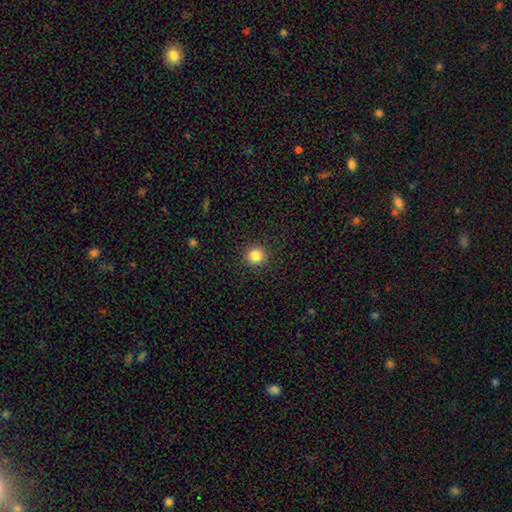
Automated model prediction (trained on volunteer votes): Overall: smooth (84%). How rounded: round (95%). Merging: none (92%).